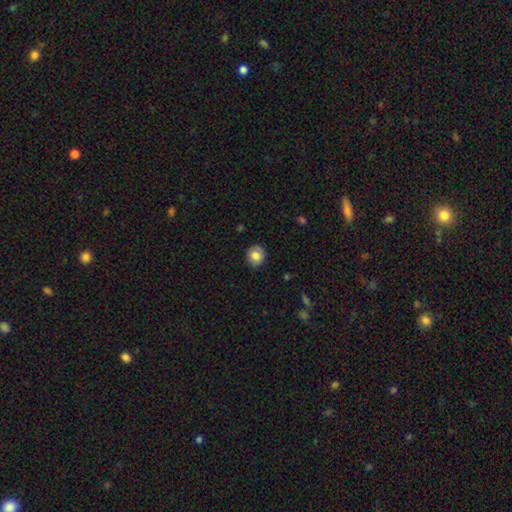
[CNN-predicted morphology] Smooth or featured: smooth — 81% (featured or disk — 11%)
How rounded: round — 81% (in between — 18%)
Merging: none — 86% (minor disturbance — 11%)